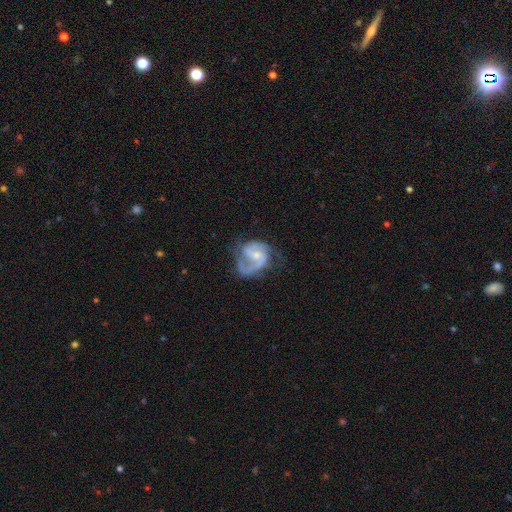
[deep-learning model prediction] Smooth or featured? featured or disk (83%)
Edge-on disk? no (98%)
Bar? weak (49%)
Spiral arms? yes (94%)
Spiral winding? medium (51%)
Spiral arm count? 2 (62%)
Bulge size? small (52%)
Merging? none (47%)